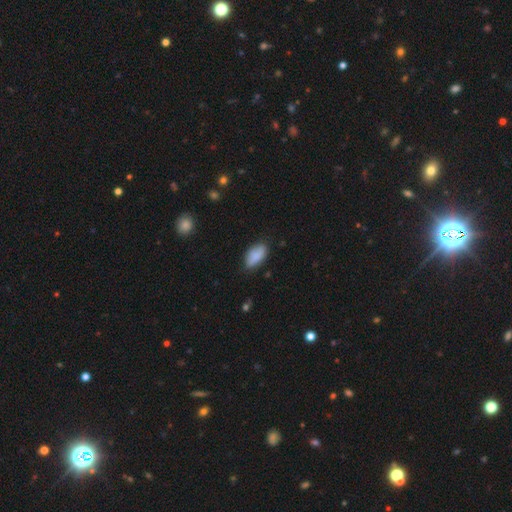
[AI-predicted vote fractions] The model was most divided on "merging": none: 73%, minor disturbance: 22%, major disturbance: 4%, merger: 1%. More confident: how rounded — in between (92%); smooth or featured — smooth (87%).